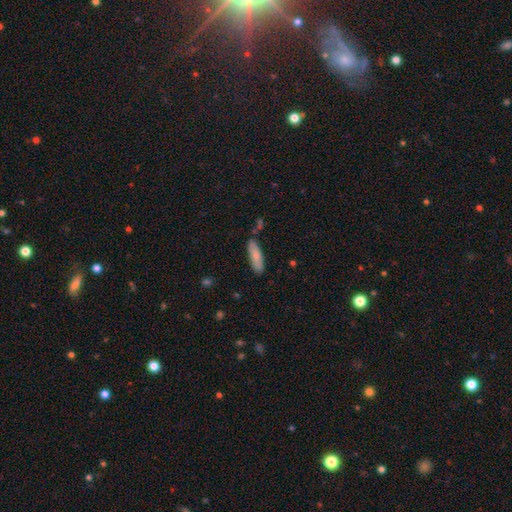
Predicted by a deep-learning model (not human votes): Smooth or featured: smooth — 80% (featured or disk — 15%)
How rounded: cigar-shaped — 58% (in between — 41%)
Merging: none — 81% (minor disturbance — 13%)